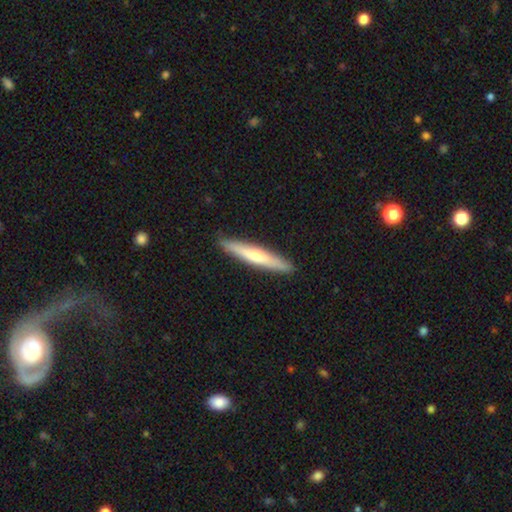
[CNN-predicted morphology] Q: Smooth or featured?
A: smooth (50%); runner-up: featured or disk (44%)
Q: How rounded?
A: cigar-shaped (93%); runner-up: in between (6%)
Q: Merging?
A: none (91%); runner-up: minor disturbance (7%)